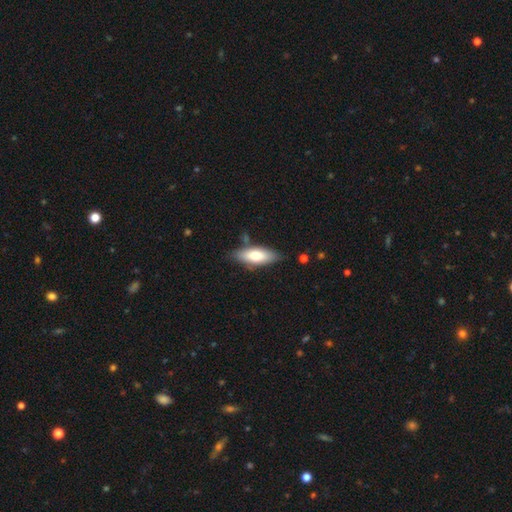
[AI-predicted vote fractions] The model was most divided on "smooth or featured": smooth: 70%, featured or disk: 24%, star or artifact: 6%. More confident: merging — none (78%); how rounded — in between (72%).